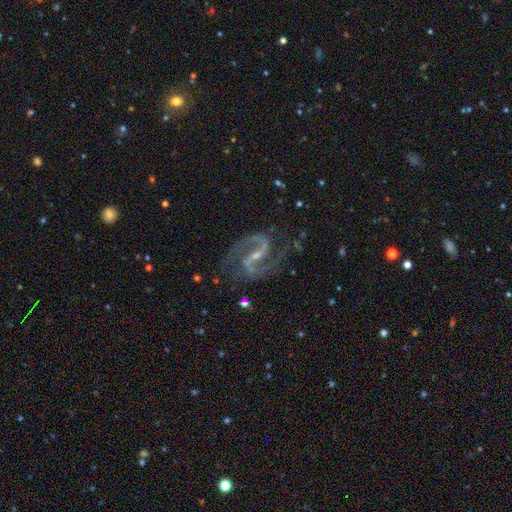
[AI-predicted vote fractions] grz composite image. It shows a featured or disk galaxy (93%) with a strong bar (43%), 2 (95%) medium (64%) spiral arms (98%) and a small central bulge (71%). Merging: none (77%).